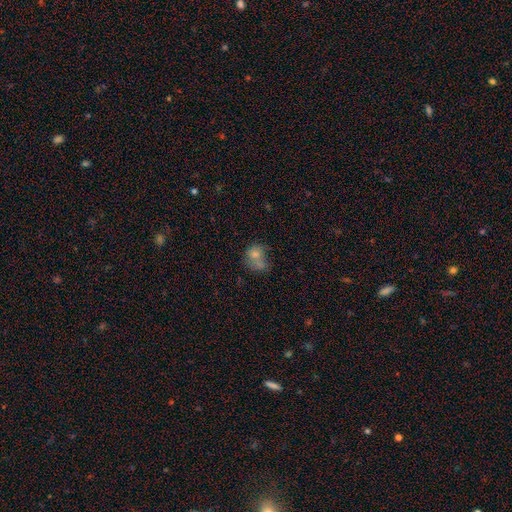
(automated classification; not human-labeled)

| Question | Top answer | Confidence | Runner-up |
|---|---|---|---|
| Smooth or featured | smooth | 70% | featured or disk (18%) |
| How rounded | round | 54% | in between (45%) |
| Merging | none | 31% | merger (28%) |